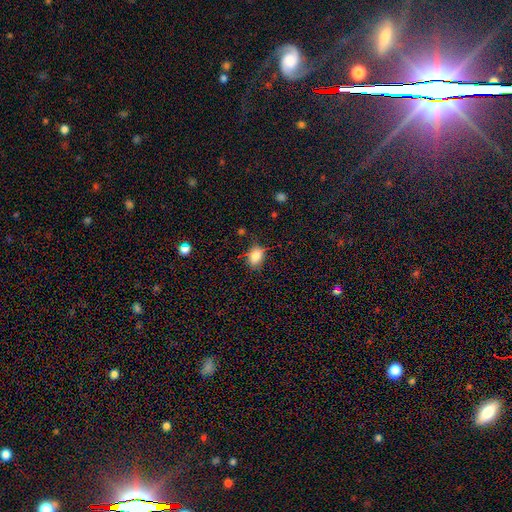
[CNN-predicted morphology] Overall: smooth (81%). How rounded: in between (74%). Merging: none (71%).